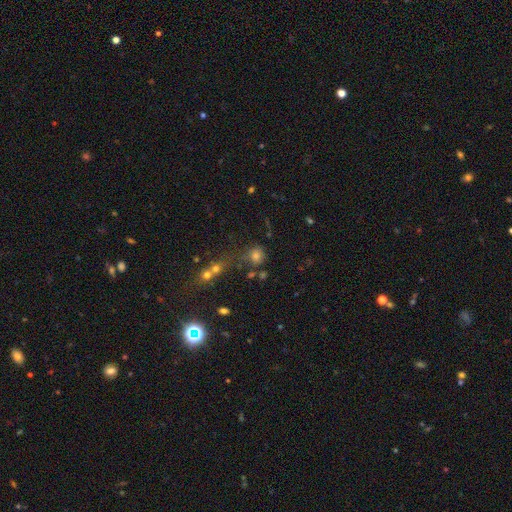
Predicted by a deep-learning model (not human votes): Smooth or featured? Predicted: smooth (p=0.66). How rounded? Predicted: round (p=0.79). Merging? Predicted: none (p=0.56).